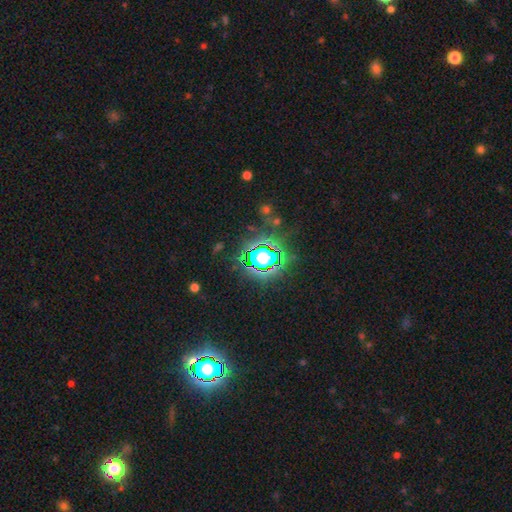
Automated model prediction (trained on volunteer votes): A star or artifact, not a galaxy (82%).

Vote fractions:
- Smooth or featured? star or artifact: 82% / smooth: 11% / featured or disk: 8%